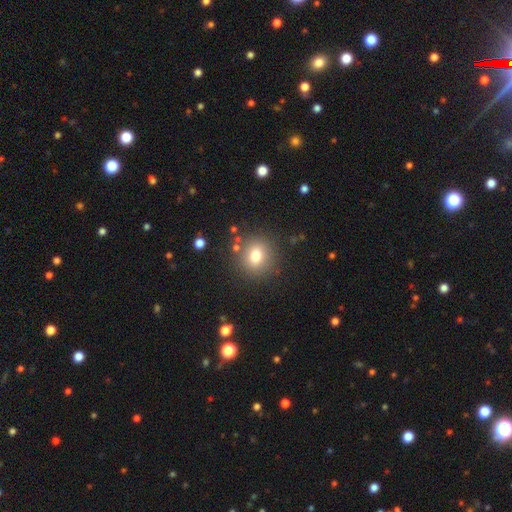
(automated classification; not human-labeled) Smooth or featured: smooth — 75% (star or artifact — 13%)
How rounded: round — 82% (in between — 17%)
Merging: none — 84% (minor disturbance — 8%)